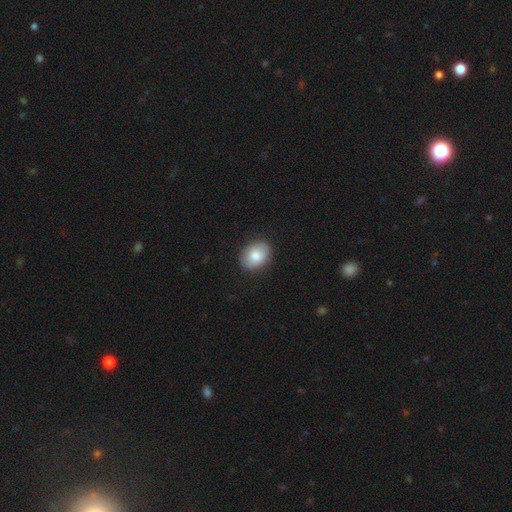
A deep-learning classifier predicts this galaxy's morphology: Smooth or featured? Predicted: smooth (p=0.82). How rounded? Predicted: in between (p=0.70). Merging? Predicted: none (p=0.88).